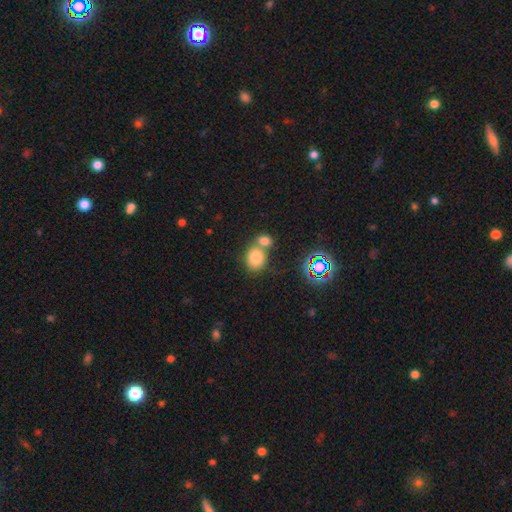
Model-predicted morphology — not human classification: Smooth or featured? Predicted: smooth (p=0.78). How rounded? Predicted: round (p=0.59). Merging? Predicted: merger (p=0.46).